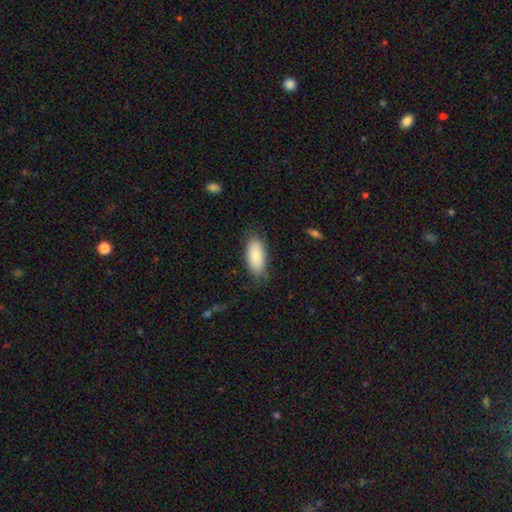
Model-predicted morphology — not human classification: Overall: smooth (85%). How rounded: in between (90%). Merging: none (78%).